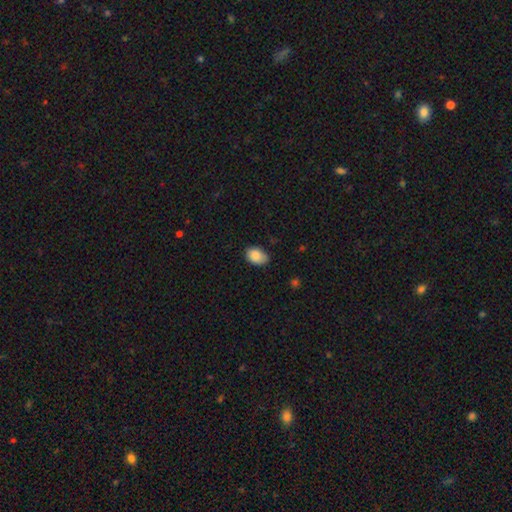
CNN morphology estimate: smooth 88%, star or artifact 7%, featured or disk 5%. Down the decision tree: how rounded — in between (85%); merging — none (74%).